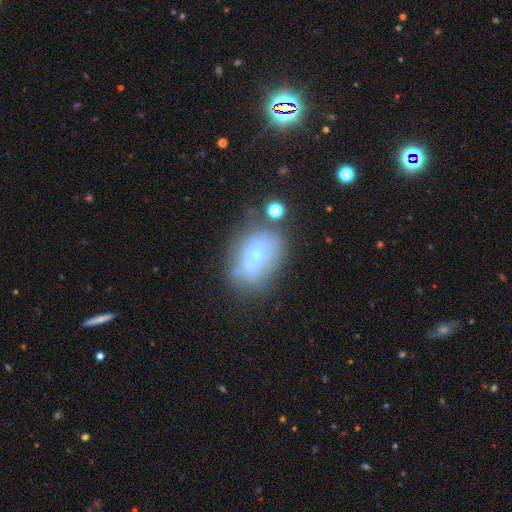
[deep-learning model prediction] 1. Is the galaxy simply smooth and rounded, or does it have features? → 51% smooth, 37% featured or disk, 13% star or artifact.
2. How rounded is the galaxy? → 73% in between, 25% round, 2% cigar-shaped.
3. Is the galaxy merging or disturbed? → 49% none, 24% minor disturbance, 14% merger, 13% major disturbance.